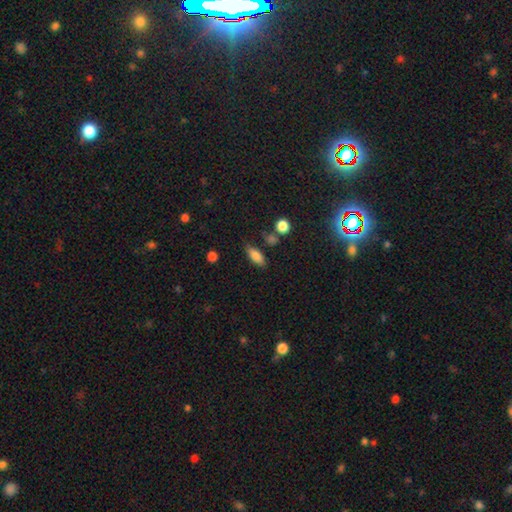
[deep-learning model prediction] Smooth or featured? smooth (82%)
How rounded? in between (76%)
Merging? none (76%)